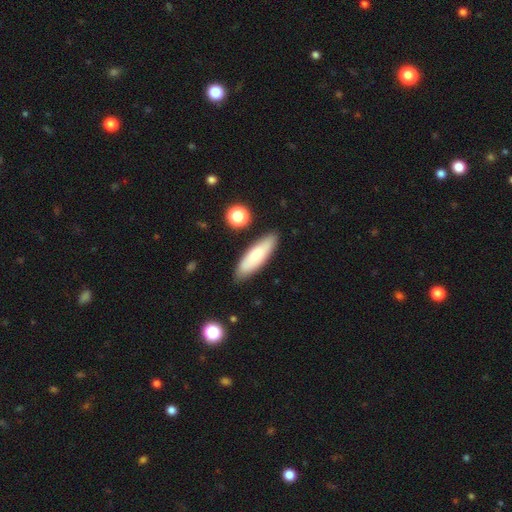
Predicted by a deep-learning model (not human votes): This is likely a smooth galaxy (75%). How rounded: possibly cigar-shaped (54%). Merging: clearly none (85%).